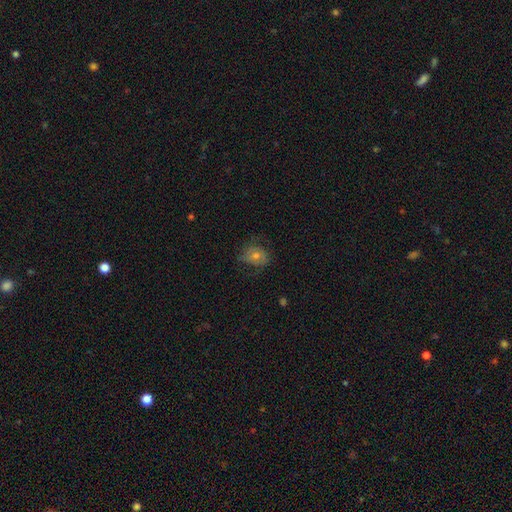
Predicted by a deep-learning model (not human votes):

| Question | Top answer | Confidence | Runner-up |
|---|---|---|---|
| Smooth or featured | smooth | 45% | featured or disk (40%) |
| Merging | none | 63% | minor disturbance (22%) |